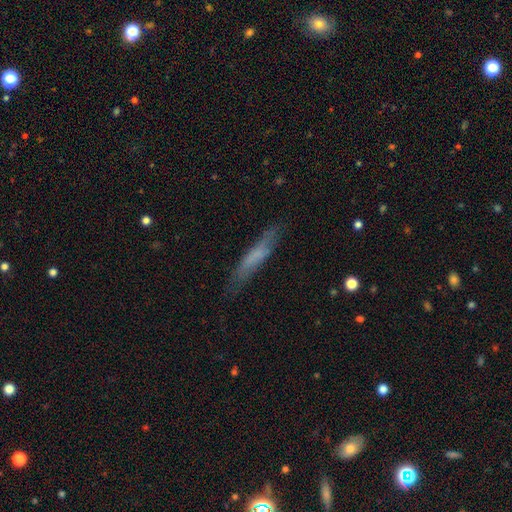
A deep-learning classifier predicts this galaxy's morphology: Smooth or featured? Predicted: smooth (p=0.58). How rounded? Predicted: cigar-shaped (p=0.89). Merging? Predicted: none (p=0.76).